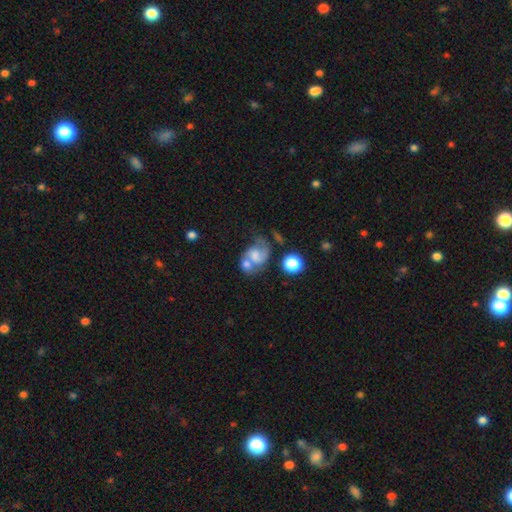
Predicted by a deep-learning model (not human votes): smooth-or-featured: featured or disk: 61% | smooth: 30% | star or artifact: 10%
  disk-edge-on: no: 98% | yes: 2%
    bar: no: 60% | weak: 32% | strong: 8%
    has-spiral-arms: yes: 82% | no: 18%
    bulge-size: moderate: 28% (tied) | none: 28% (tied) | small: 25% | large: 15% | dominant: 4%
  merging: merger: 45% | none: 24% | major disturbance: 17% | minor disturbance: 14%